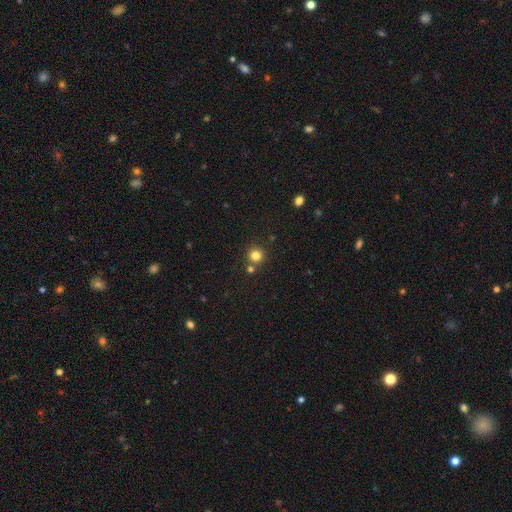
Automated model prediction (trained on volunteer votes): Smooth or featured? smooth (81%)
How rounded? round (93%)
Merging? none (79%)